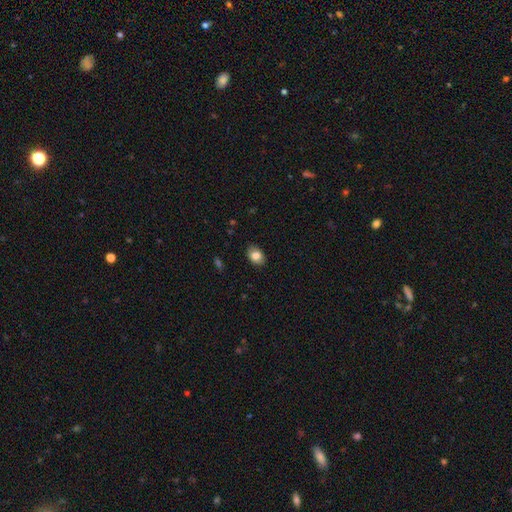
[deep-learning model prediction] Q: Smooth or featured?
A: smooth (82%); runner-up: featured or disk (10%)
Q: How rounded?
A: in between (79%); runner-up: round (20%)
Q: Merging?
A: none (87%); runner-up: minor disturbance (10%)